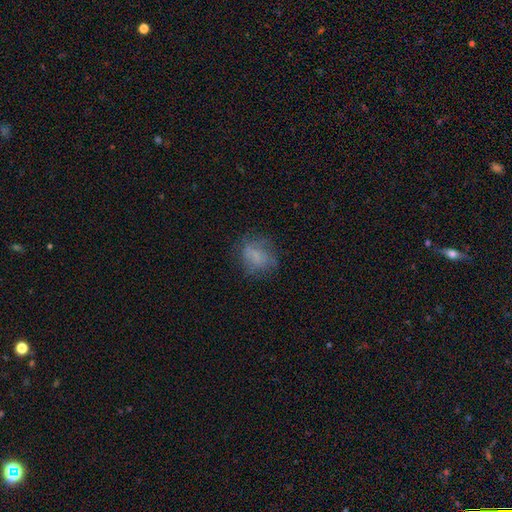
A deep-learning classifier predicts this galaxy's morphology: Smooth or featured? smooth (62%)
How rounded? round (55%)
Merging? none (63%)